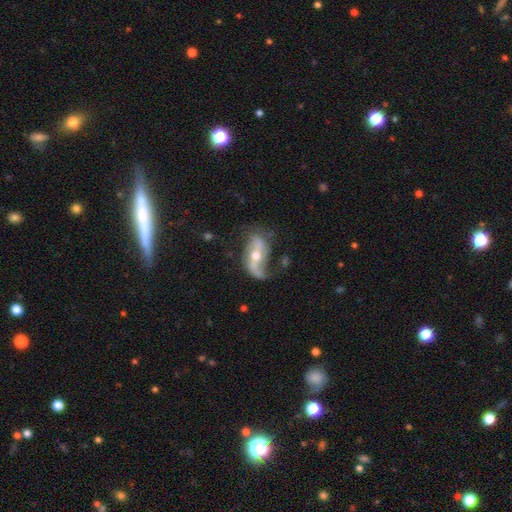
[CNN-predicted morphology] smooth-or-featured: featured or disk: 83% | smooth: 11% | star or artifact: 6%
  disk-edge-on: no: 93% | yes: 7%
    bar: strong: 35% | no: 33% | weak: 32%
    has-spiral-arms: yes: 91% | no: 9%
      spiral-winding: loose: 76% | medium: 18% | tight: 6%
      spiral-arm-count: 2: 85% | 1: 8% | can't tell: 4% | 3: 1% | 4: 1% | more than 4: 1%
    bulge-size: moderate: 64% | small: 31% | large: 3% | none: 1% | dominant: 1%
  merging: none: 56% | minor disturbance: 24% | major disturbance: 16% | merger: 3%